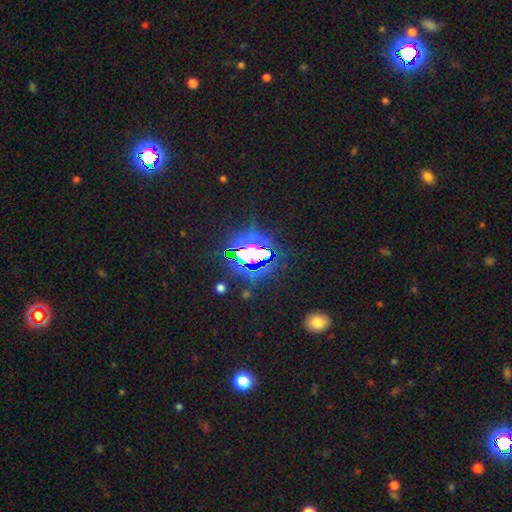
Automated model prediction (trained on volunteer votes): A star or artifact, not a galaxy (76%).